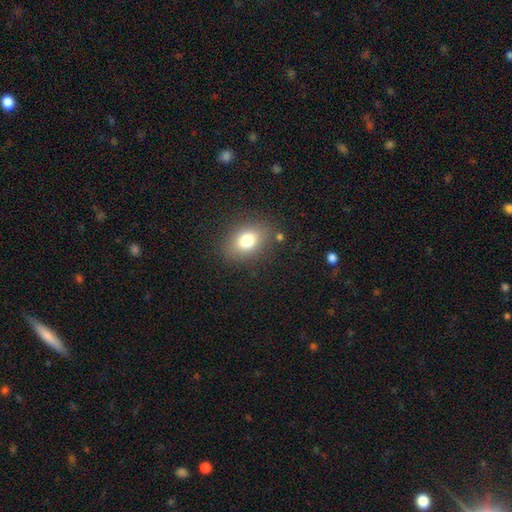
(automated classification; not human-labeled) smooth 71%, star or artifact 18%, featured or disk 11%. Down the decision tree: how rounded — in between (57%); merging — none (89%).